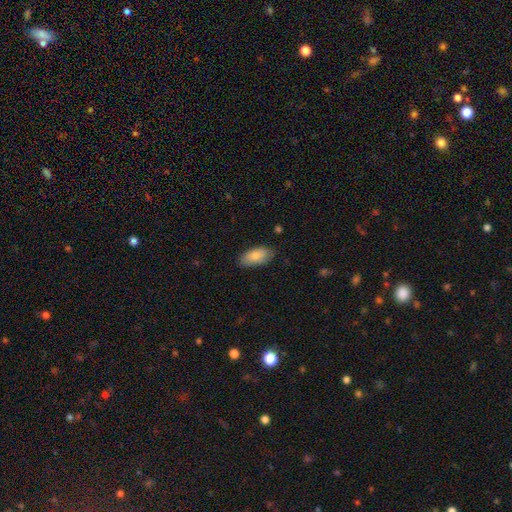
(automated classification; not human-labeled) Q: Smooth or featured?
A: smooth (81%); runner-up: featured or disk (13%)
Q: How rounded?
A: in between (92%); runner-up: cigar-shaped (5%)
Q: Merging?
A: none (81%); runner-up: minor disturbance (15%)